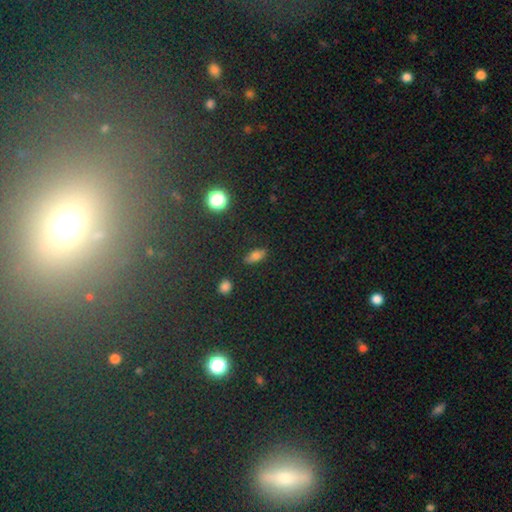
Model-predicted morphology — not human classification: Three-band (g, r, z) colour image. It shows a smooth galaxy with no disk features (73%) that is in between round and cigar-shaped (81%). Merging: none (84%).